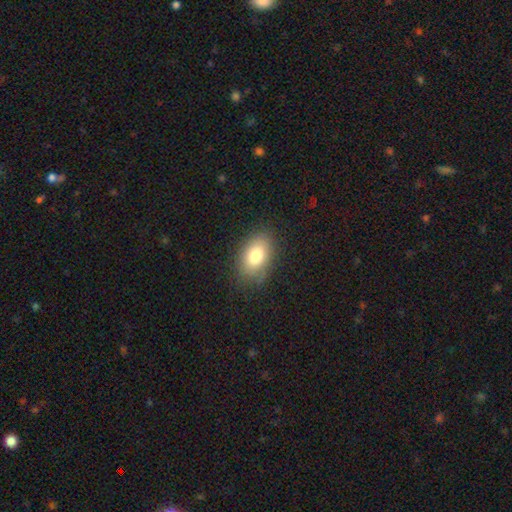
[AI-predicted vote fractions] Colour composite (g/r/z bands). It shows a smooth galaxy with no disk features (79%) that is in between round and cigar-shaped (86%). Merging: none (81%).